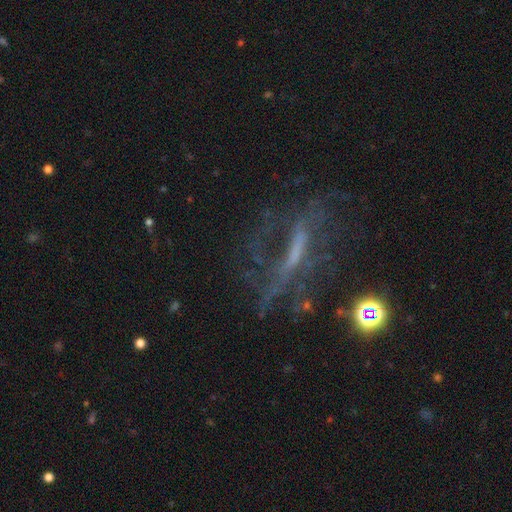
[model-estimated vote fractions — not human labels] smooth-or-featured: featured or disk: 62% | star or artifact: 23% | smooth: 15%
  disk-edge-on: no: 65% | yes: 35%
  merging: none: 50% | major disturbance: 28% | minor disturbance: 17% | merger: 4%